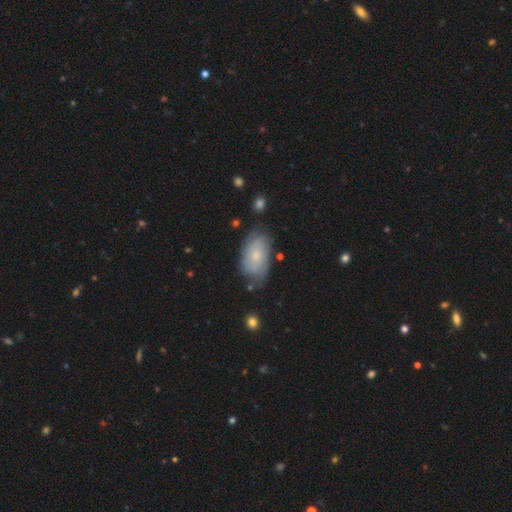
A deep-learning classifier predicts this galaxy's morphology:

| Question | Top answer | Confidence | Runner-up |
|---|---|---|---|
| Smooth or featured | featured or disk | 48% | smooth (44%) |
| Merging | none | 66% | minor disturbance (24%) |